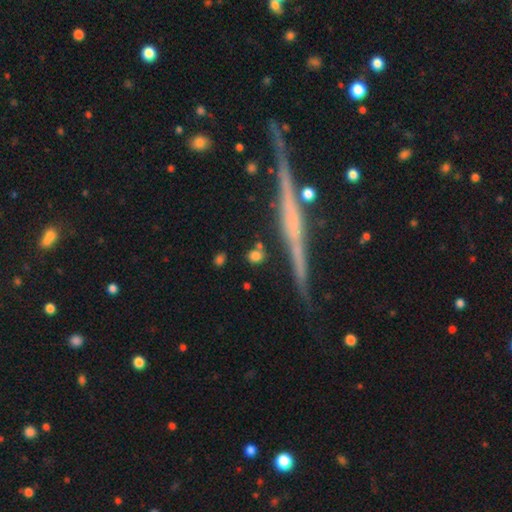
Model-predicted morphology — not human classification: Smooth or featured? Predicted: smooth (p=0.78). How rounded? Predicted: round (p=0.61). Merging? Predicted: none (p=0.81).